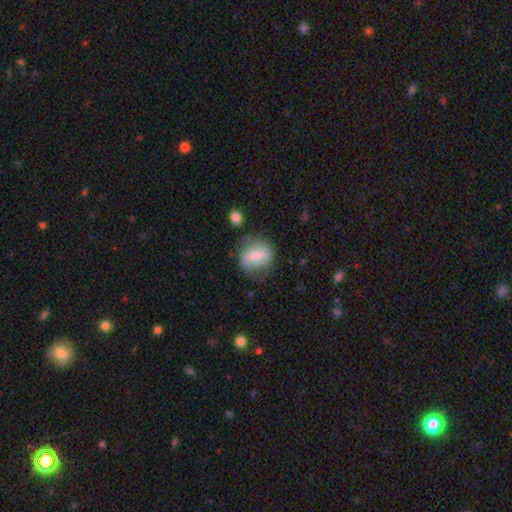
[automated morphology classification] This appears to be a smooth galaxy with no disk features (51%) that is round (75%). Merging: none (68%).